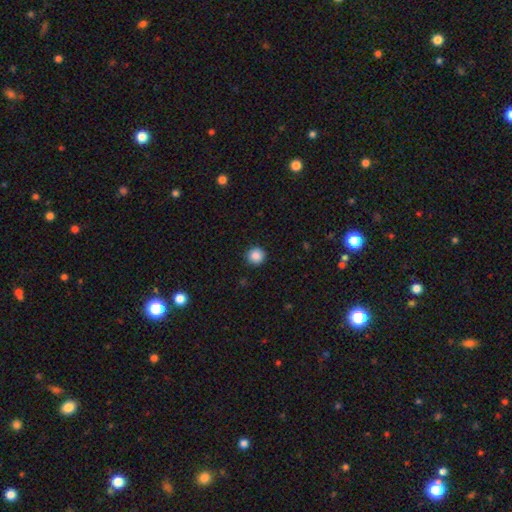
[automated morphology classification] Smooth or featured? Predicted: smooth (p=0.88). How rounded? Predicted: round (p=0.95). Merging? Predicted: none (p=0.91).